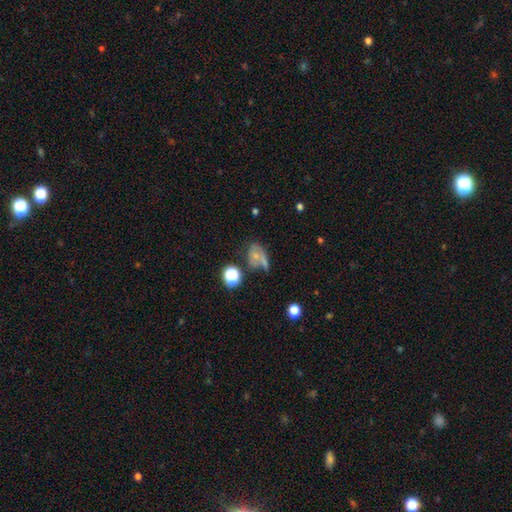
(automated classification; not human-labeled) smooth 53%, featured or disk 29%, star or artifact 18%. Down the decision tree: how rounded — in between (61%); merging — none (34%).